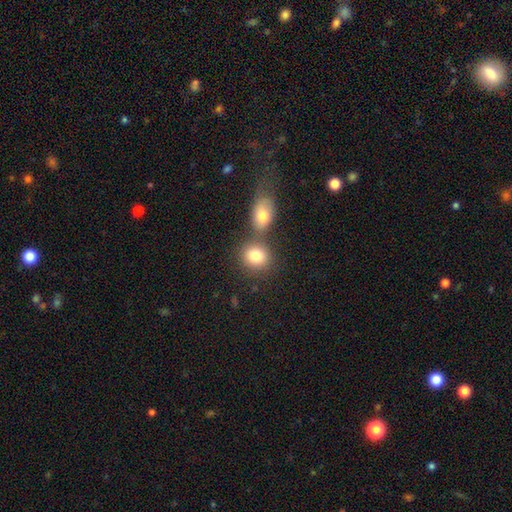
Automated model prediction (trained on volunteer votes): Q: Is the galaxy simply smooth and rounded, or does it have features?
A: smooth — 82%.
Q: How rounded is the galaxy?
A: round — 70%.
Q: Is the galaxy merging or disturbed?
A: none — 55%.